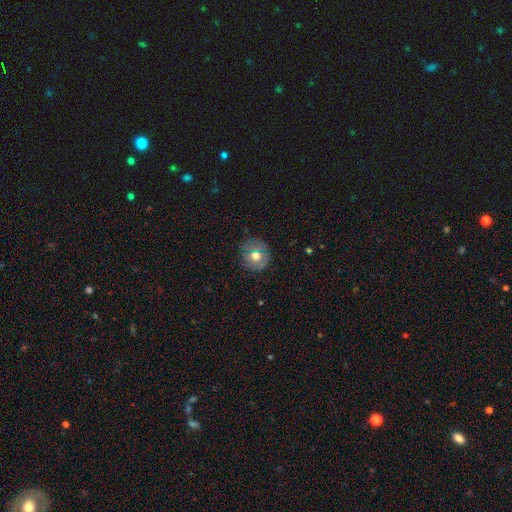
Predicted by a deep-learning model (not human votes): smooth_or_featured: smooth (p=0.62) [alt: featured or disk p=0.25]
how_rounded: round (p=0.90) [alt: in between p=0.09]
merging: none (p=0.82) [alt: minor disturbance p=0.13]